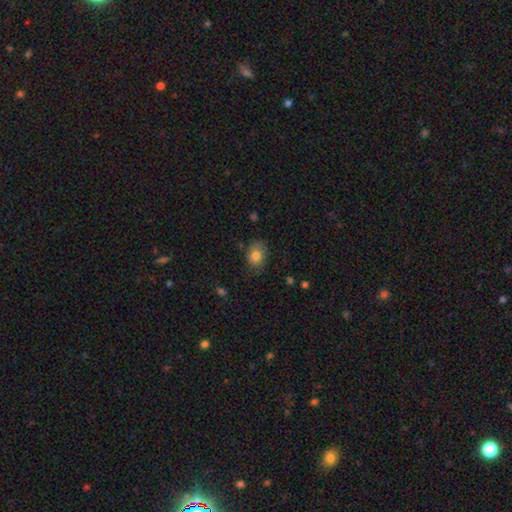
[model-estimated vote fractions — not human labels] smooth 80%, featured or disk 11%, star or artifact 9%. Down the decision tree: how rounded — in between (60%); merging — none (68%).